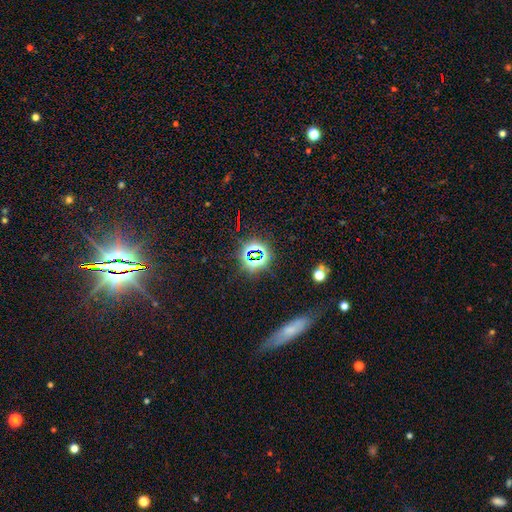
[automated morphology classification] Smooth or featured: star or artifact — 77% (smooth — 14%)